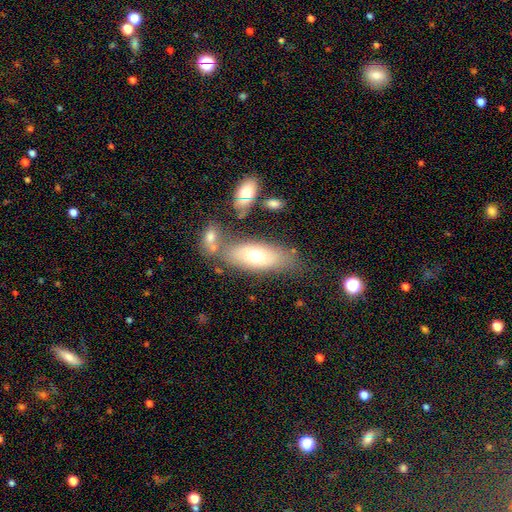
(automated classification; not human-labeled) Q: Smooth or featured?
A: smooth (65%); runner-up: featured or disk (27%)
Q: How rounded?
A: in between (78%); runner-up: cigar-shaped (18%)
Q: Merging?
A: none (63%); runner-up: minor disturbance (17%)